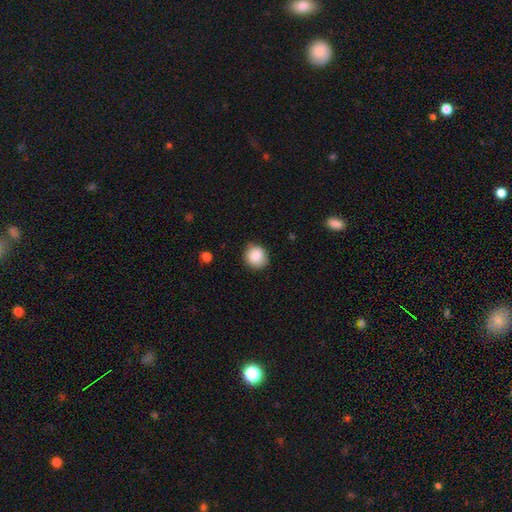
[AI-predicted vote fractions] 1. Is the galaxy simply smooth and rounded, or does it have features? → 88% smooth, 8% star or artifact, 4% featured or disk.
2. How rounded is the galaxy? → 83% round, 16% in between, 1% cigar-shaped.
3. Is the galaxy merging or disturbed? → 82% none, 14% minor disturbance, 3% major disturbance, 1% merger.